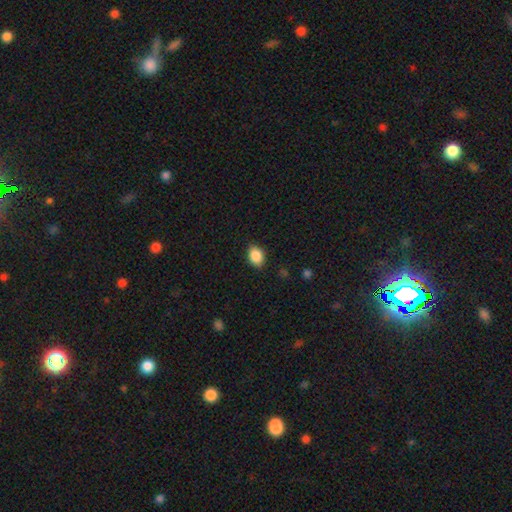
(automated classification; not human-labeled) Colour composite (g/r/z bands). It shows a smooth galaxy with no disk features (88%) that is in between round and cigar-shaped (71%). Merging: none (84%).